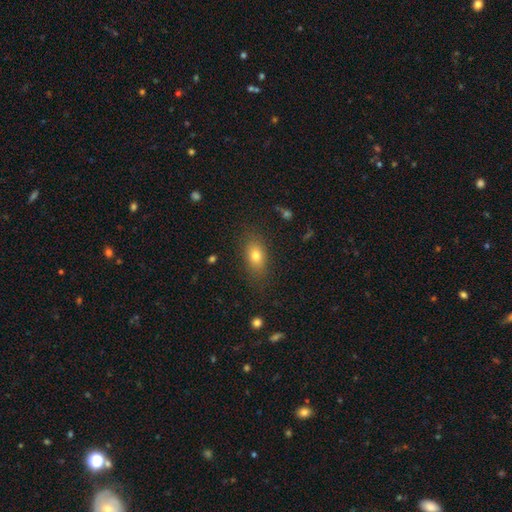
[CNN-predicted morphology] A smooth galaxy with no disk features (77%) that is in between round and cigar-shaped (79%). Merging: none (81%).